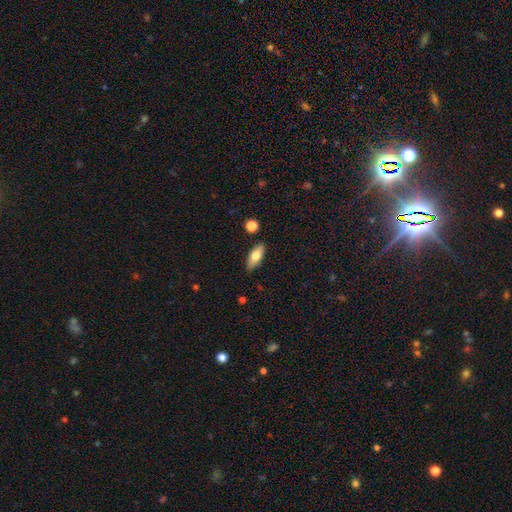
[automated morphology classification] smooth_or_featured: smooth (p=0.73) [alt: featured or disk p=0.21]
how_rounded: in between (p=0.79) [alt: cigar-shaped p=0.18]
merging: none (p=0.85) [alt: minor disturbance p=0.10]